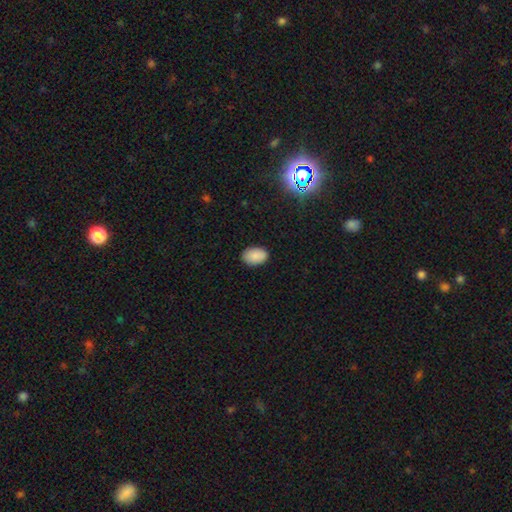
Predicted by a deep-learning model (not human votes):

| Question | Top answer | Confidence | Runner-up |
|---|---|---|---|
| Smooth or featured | smooth | 89% | star or artifact (8%) |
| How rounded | in between | 85% | round (14%) |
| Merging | none | 88% | minor disturbance (9%) |